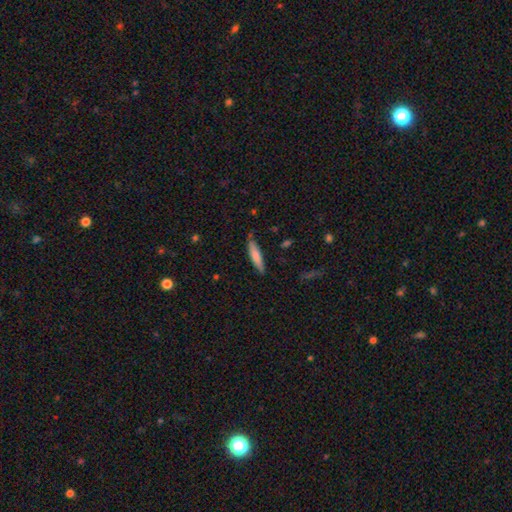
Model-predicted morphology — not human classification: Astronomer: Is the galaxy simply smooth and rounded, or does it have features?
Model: smooth — 73%.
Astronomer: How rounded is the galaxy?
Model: cigar-shaped — 84%.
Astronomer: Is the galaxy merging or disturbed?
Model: none — 81%.